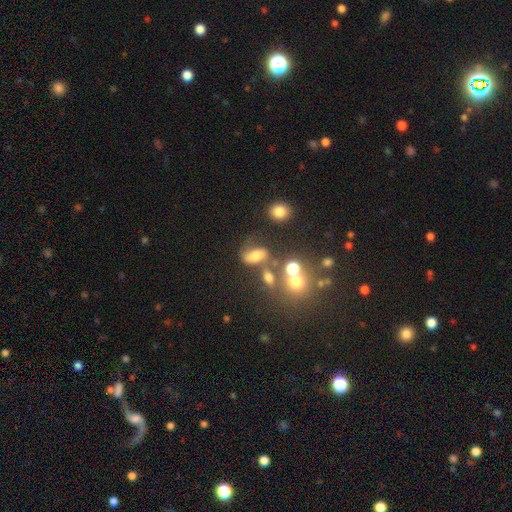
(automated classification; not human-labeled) Q: Smooth or featured?
A: smooth (51%); runner-up: featured or disk (33%)
Q: How rounded?
A: in between (72%); runner-up: round (21%)
Q: Merging?
A: none (46%); runner-up: merger (21%)